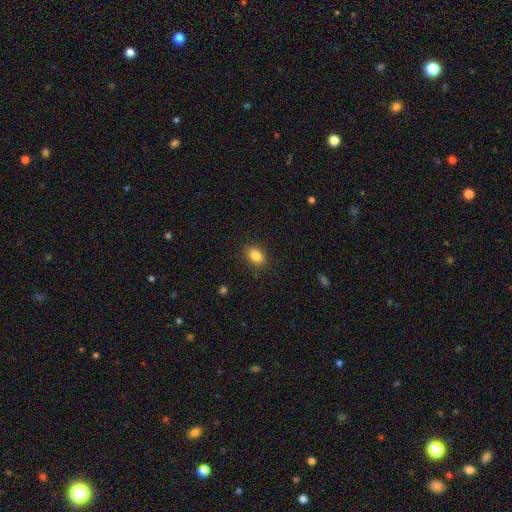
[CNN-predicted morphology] The model was most divided on "how rounded": in between: 73%, round: 26%, cigar-shaped: 1%. More confident: merging — none (88%); smooth or featured — smooth (85%).